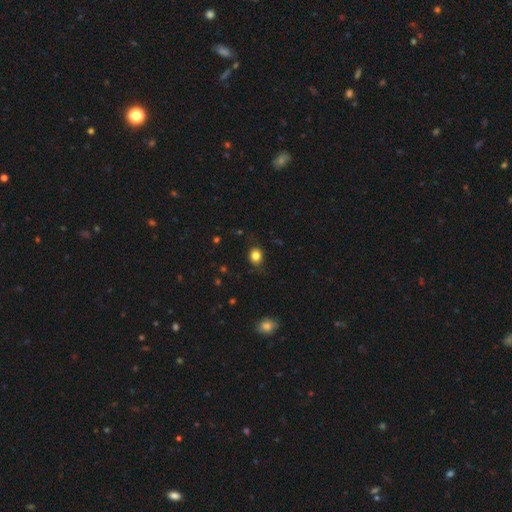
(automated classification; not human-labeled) A smooth galaxy with no disk features (82%) that is round (59%). Merging: none (80%).